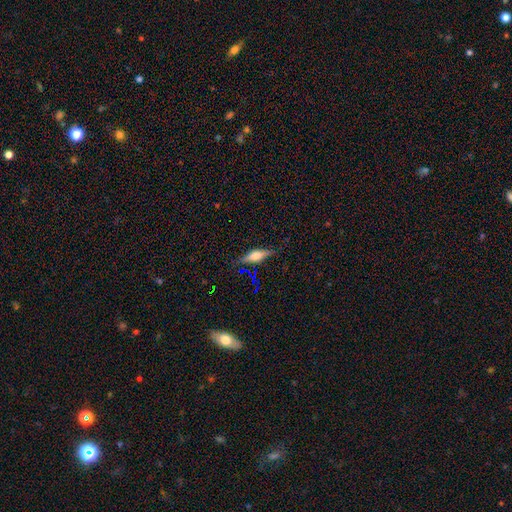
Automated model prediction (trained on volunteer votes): featured or disk 47%, smooth 44%, star or artifact 9%. Down the decision tree: merging — none (82%).